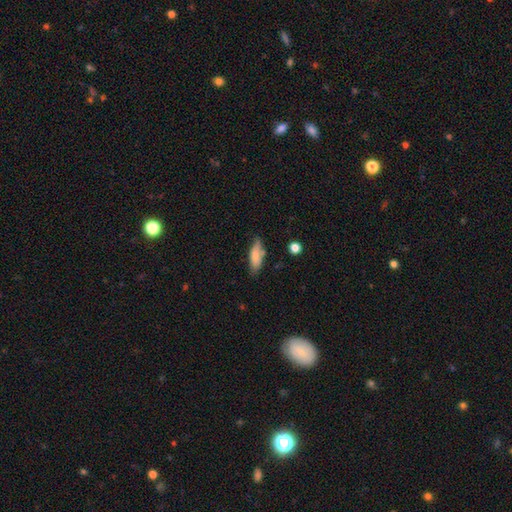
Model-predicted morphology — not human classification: smooth-or-featured: smooth: 78% | featured or disk: 15% | star or artifact: 7%
  how-rounded: in between: 63% | cigar-shaped: 35% | round: 2%
  merging: none: 67% | minor disturbance: 23% | merger: 5% | major disturbance: 4%